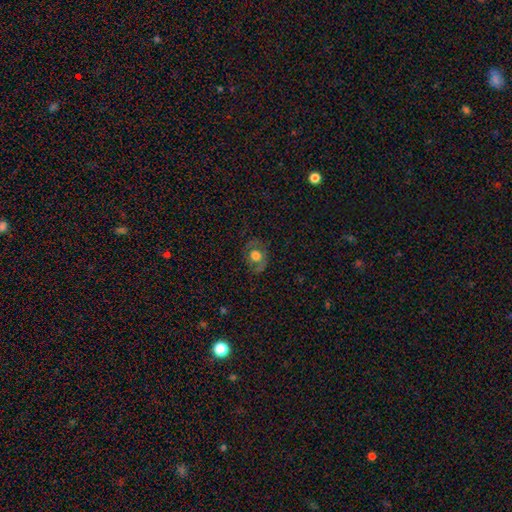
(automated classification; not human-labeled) Smooth or featured?
  - smooth: 55% *
  - featured or disk: 35%
  - star or artifact: 10%
How rounded?
  - round: 62% *
  - in between: 37%
  - cigar-shaped: 1%
Merging?
  - none: 73% *
  - minor disturbance: 17%
  - major disturbance: 8%
  - merger: 1%